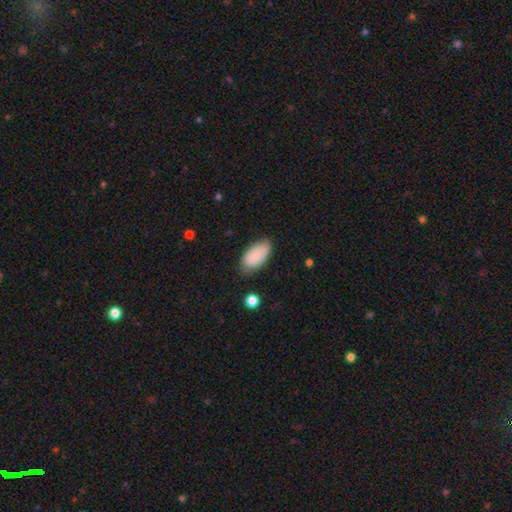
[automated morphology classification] Smooth or featured: smooth — 75% (featured or disk — 18%)
How rounded: in between — 94% (round — 3%)
Merging: none — 71% (minor disturbance — 23%)